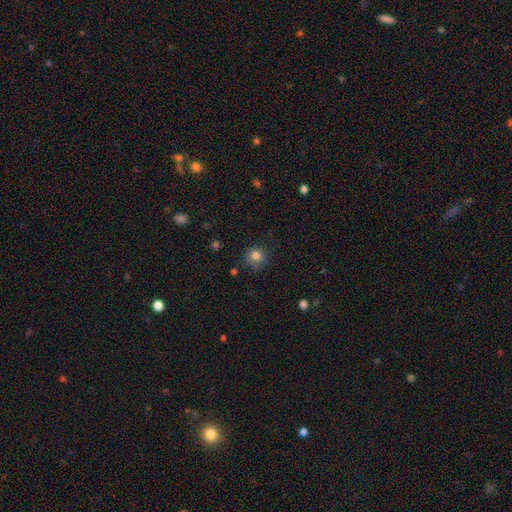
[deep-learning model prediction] A smooth galaxy with no disk features (82%) that is round (90%).

Vote fractions:
- Smooth or featured? smooth: 82% / star or artifact: 12% / featured or disk: 6%
- How rounded? round: 90% / in between: 9% / cigar-shaped: 1%
- Merging? none: 78% / minor disturbance: 16% / major disturbance: 4% / merger: 2%